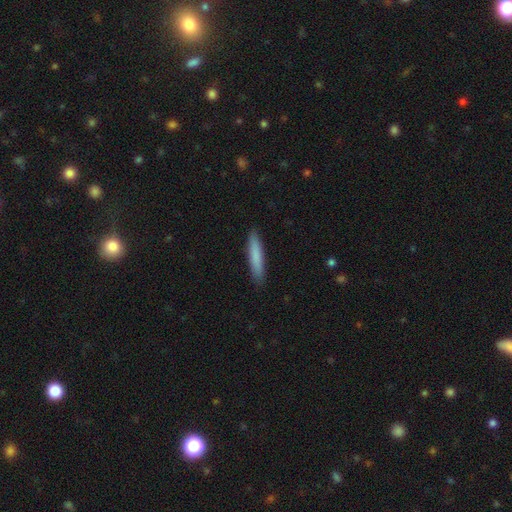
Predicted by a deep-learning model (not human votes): Smooth or featured?
  - smooth: 81% *
  - featured or disk: 13%
  - star or artifact: 5%
How rounded?
  - cigar-shaped: 91% *
  - in between: 8%
  - round: 1%
Merging?
  - none: 90% *
  - minor disturbance: 7%
  - major disturbance: 1%
  - merger: 1%